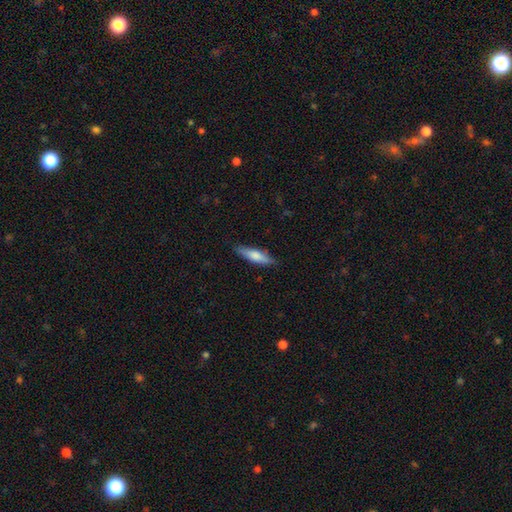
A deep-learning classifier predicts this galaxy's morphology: This is likely a smooth galaxy (69%). How rounded: likely cigar-shaped (71%). Merging: clearly none (85%).